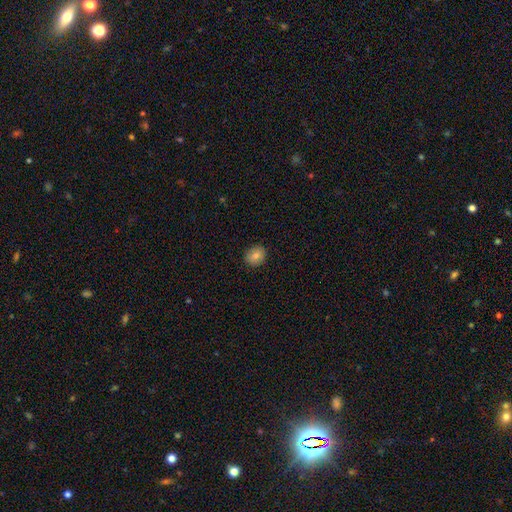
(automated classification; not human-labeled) smooth-or-featured: smooth: 81% | featured or disk: 10% | star or artifact: 9%
  how-rounded: round: 74% | in between: 25% | cigar-shaped: 1%
  merging: none: 90% | minor disturbance: 7% | major disturbance: 2% | merger: 1%